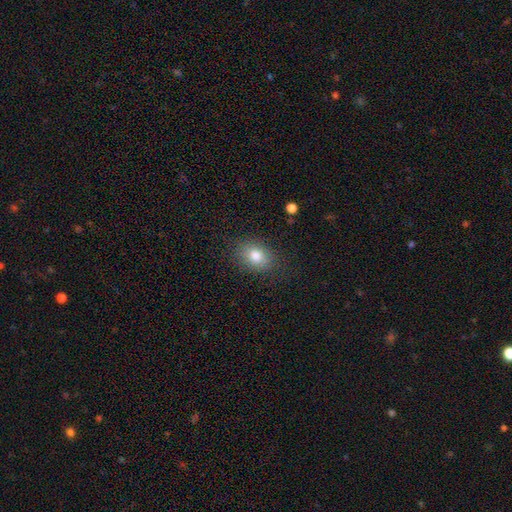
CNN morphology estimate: Smooth or featured: smooth — 81% (featured or disk — 10%)
How rounded: in between — 65% (round — 34%)
Merging: none — 82% (minor disturbance — 12%)